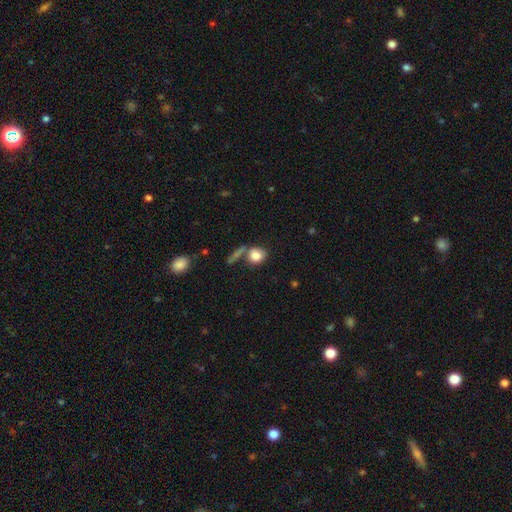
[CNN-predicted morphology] The model was most divided on "merging": none: 55%, merger: 23%, minor disturbance: 14%, major disturbance: 8%. More confident: smooth or featured — smooth (81%); how rounded — round (68%).